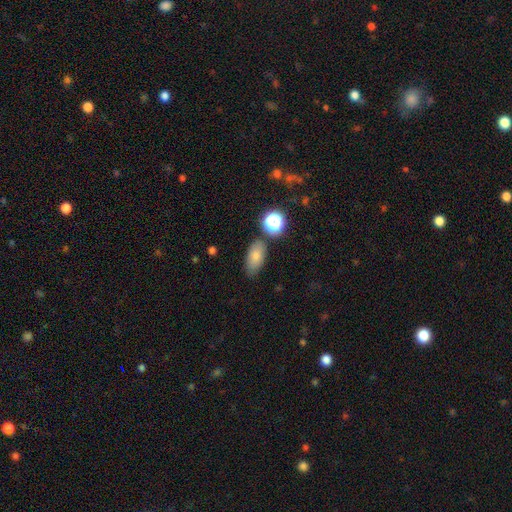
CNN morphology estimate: A smooth galaxy with no disk features (76%) that is in between round and cigar-shaped (86%). Merging: none (74%).